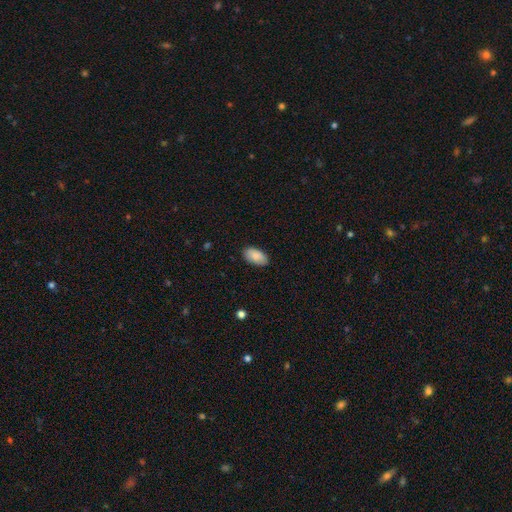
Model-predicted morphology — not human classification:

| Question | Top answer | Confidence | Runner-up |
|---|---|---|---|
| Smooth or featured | smooth | 88% | star or artifact (6%) |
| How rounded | in between | 95% | round (3%) |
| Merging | none | 87% | minor disturbance (10%) |